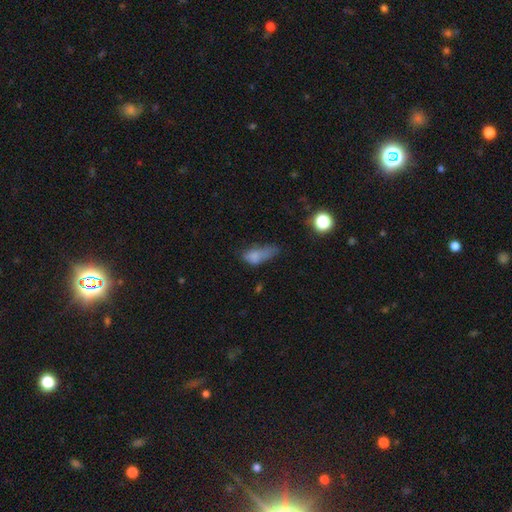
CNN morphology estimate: Q: Smooth or featured?
A: smooth (69%); runner-up: featured or disk (17%)
Q: How rounded?
A: in between (75%); runner-up: cigar-shaped (17%)
Q: Merging?
A: major disturbance (38%); runner-up: minor disturbance (30%)